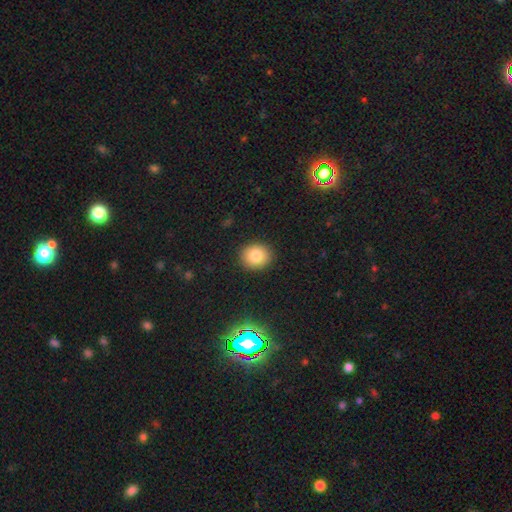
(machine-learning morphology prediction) Smooth or featured? Predicted: smooth (p=0.81). How rounded? Predicted: round (p=0.75). Merging? Predicted: none (p=0.90).